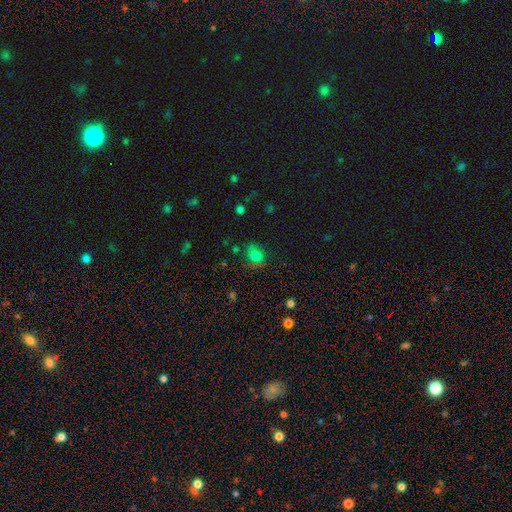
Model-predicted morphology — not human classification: This is likely a smooth galaxy (65%). How rounded: possibly round (58%). Merging: possibly none (57%).